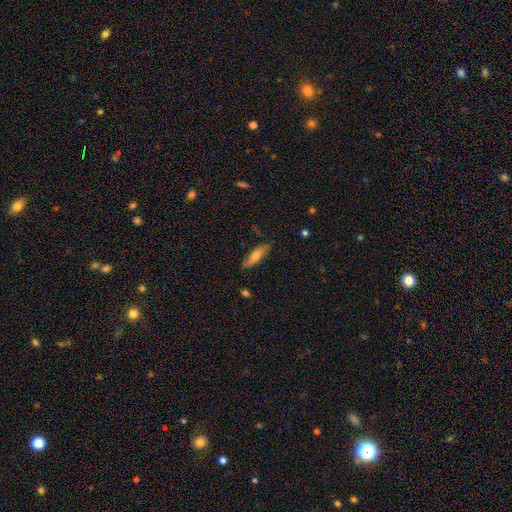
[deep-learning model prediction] The model was most divided on "how rounded": cigar-shaped: 60%, in between: 37%, round: 2%. More confident: merging — none (84%); smooth or featured — smooth (59%).